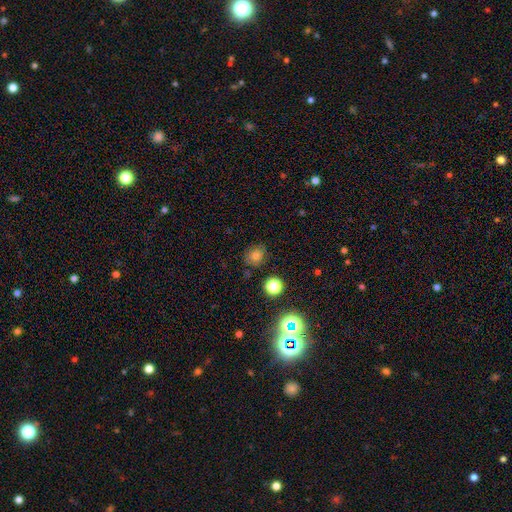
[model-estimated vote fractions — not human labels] This appears to be a smooth galaxy with no disk features (73%) that is round (69%). Merging: none (82%).